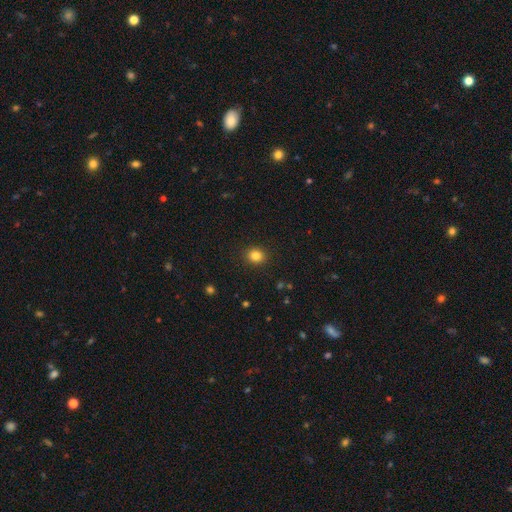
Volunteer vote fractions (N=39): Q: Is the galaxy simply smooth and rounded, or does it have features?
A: smooth — 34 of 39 (87%).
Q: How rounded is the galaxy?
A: round — 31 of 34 (91%).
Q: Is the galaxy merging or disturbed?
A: none — 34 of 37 (92%).